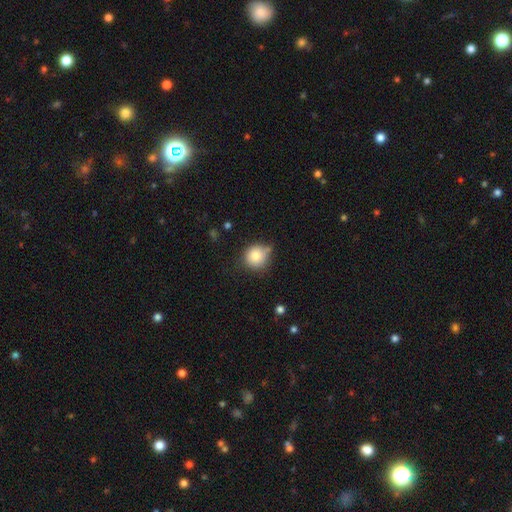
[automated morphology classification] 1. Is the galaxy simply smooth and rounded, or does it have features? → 80% smooth, 10% star or artifact, 10% featured or disk.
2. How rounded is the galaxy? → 88% round, 11% in between, 1% cigar-shaped.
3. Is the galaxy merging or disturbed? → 59% none, 29% minor disturbance, 6% major disturbance, 6% merger.